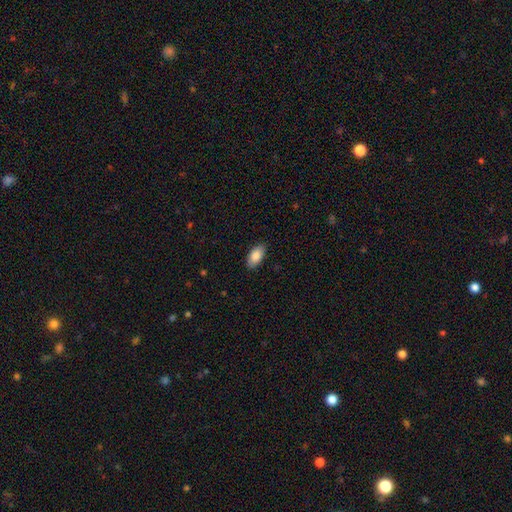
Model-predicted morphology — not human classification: Smooth or featured?
  - smooth: 86% *
  - featured or disk: 7%
  - star or artifact: 6%
How rounded?
  - in between: 93% *
  - cigar-shaped: 4%
  - round: 3%
Merging?
  - none: 88% *
  - minor disturbance: 9%
  - major disturbance: 2%
  - merger: 1%